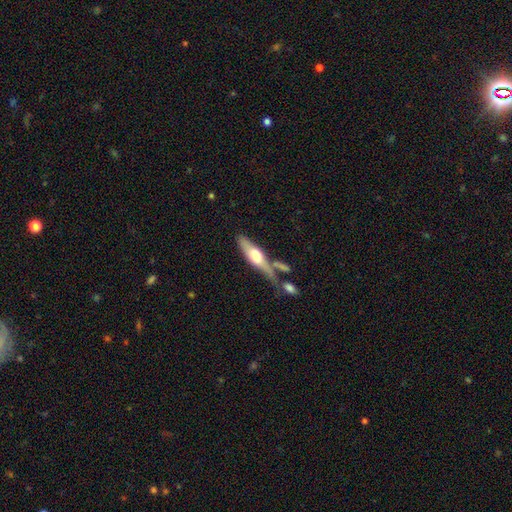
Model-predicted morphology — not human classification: The model was most divided on "smooth or featured": featured or disk: 51%, smooth: 43%, star or artifact: 6%. Remaining: edge-on disk — yes (86%); merging — none (49%).